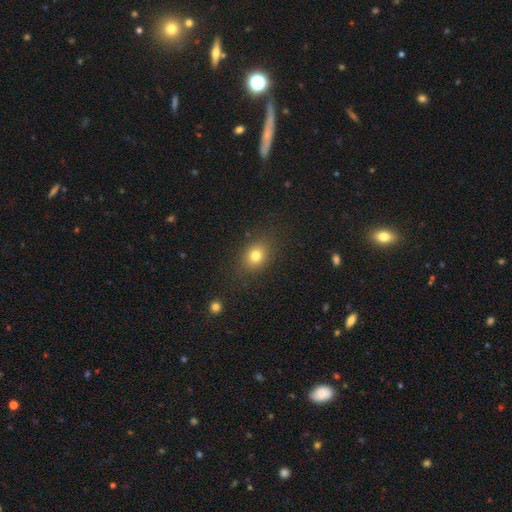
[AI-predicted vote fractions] A smooth galaxy with no disk features (78%) that is in between round and cigar-shaped (52%).

Vote fractions:
- Smooth or featured? smooth: 78% / star or artifact: 13% / featured or disk: 9%
- How rounded? in between: 52% / round: 47% / cigar-shaped: 1%
- Merging? none: 83% / minor disturbance: 12% / major disturbance: 4% / merger: 2%